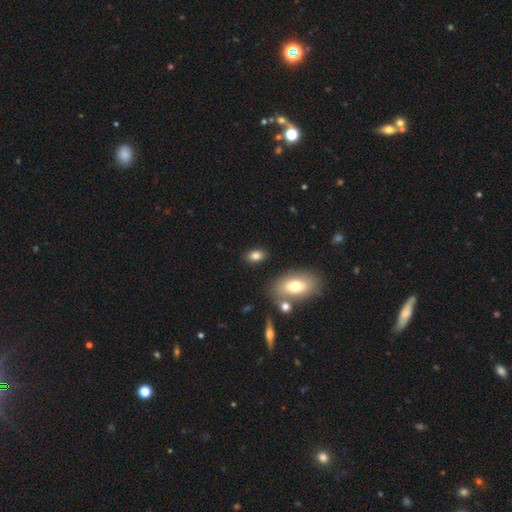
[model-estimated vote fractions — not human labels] Smooth or featured? Predicted: smooth (p=0.81). How rounded? Predicted: in between (p=0.85). Merging? Predicted: none (p=0.84).